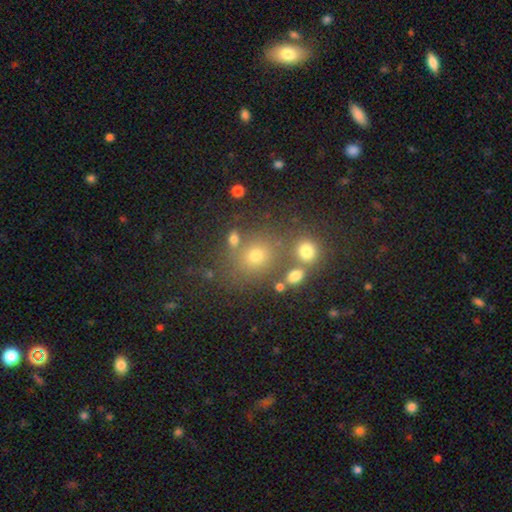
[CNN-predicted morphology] type=smooth (66%); roundness=round (75%); merging=none (66%).